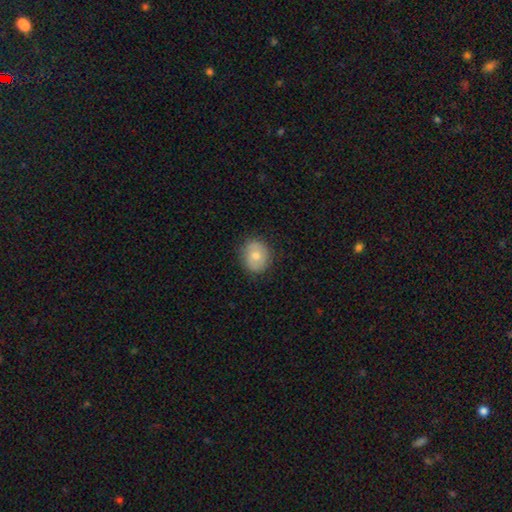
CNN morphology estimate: Smooth or featured?
  - smooth: 69% *
  - featured or disk: 23%
  - star or artifact: 8%
How rounded?
  - round: 72% *
  - in between: 27%
  - cigar-shaped: 1%
Merging?
  - none: 84% *
  - minor disturbance: 12%
  - major disturbance: 3%
  - merger: 1%